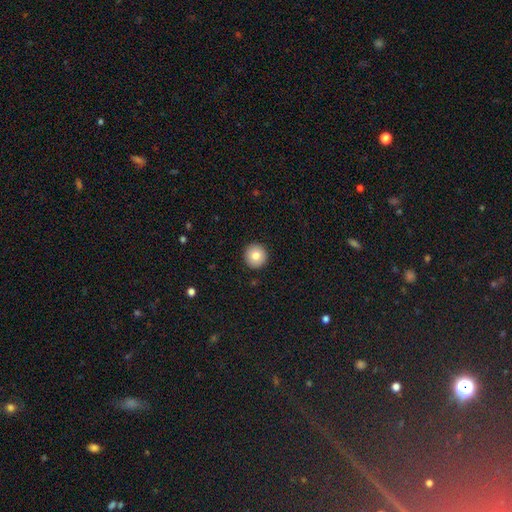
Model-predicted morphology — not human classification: Overall: smooth (80%). How rounded: round (96%). Merging: none (93%).